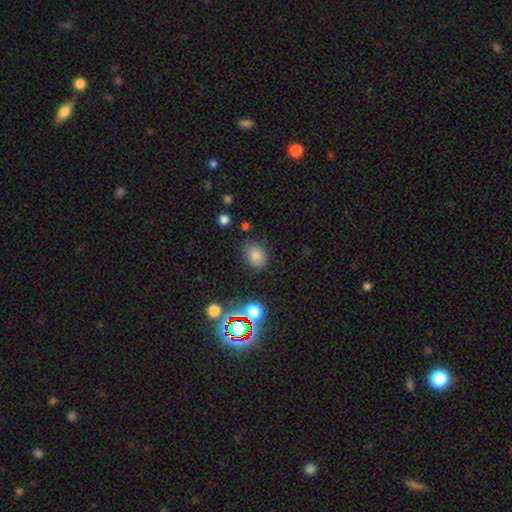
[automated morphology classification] smooth-or-featured: smooth: 78% | star or artifact: 15% | featured or disk: 7%
  how-rounded: in between: 62% | round: 37% | cigar-shaped: 1%
  merging: none: 74% | minor disturbance: 18% | major disturbance: 5% | merger: 3%